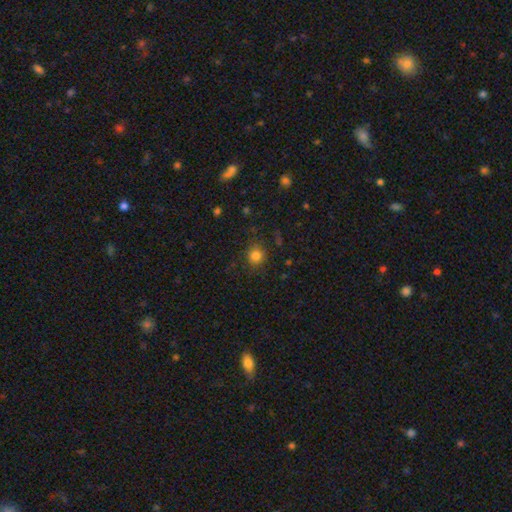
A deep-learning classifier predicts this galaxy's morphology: smooth 82%, star or artifact 13%, featured or disk 5%. Down the decision tree: how rounded — round (89%); merging — none (84%).